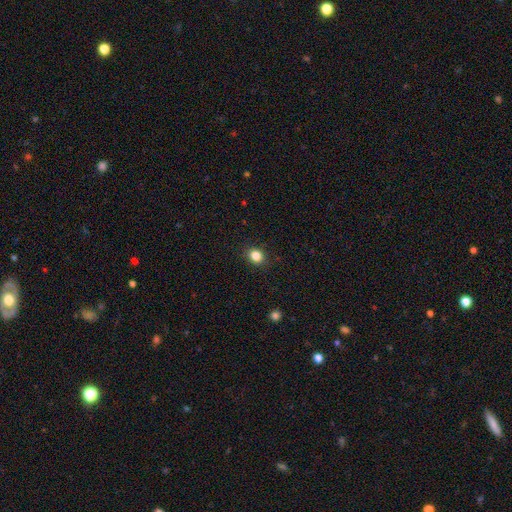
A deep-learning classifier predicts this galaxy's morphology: Q: Smooth or featured?
A: smooth (84%); runner-up: star or artifact (12%)
Q: How rounded?
A: round (64%); runner-up: in between (35%)
Q: Merging?
A: none (89%); runner-up: minor disturbance (8%)